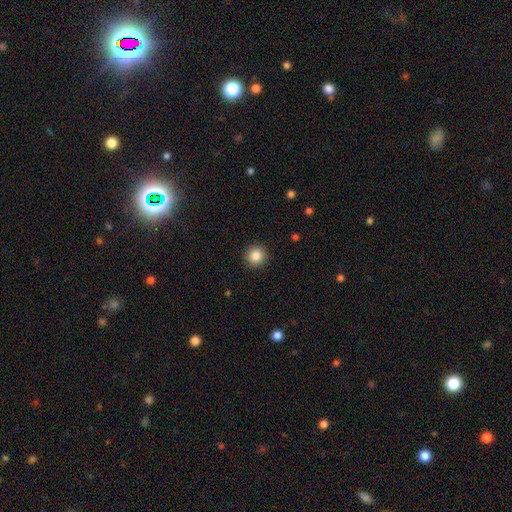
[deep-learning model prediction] smooth_or_featured: smooth (p=0.86) [alt: star or artifact p=0.10]
how_rounded: round (p=0.95) [alt: in between p=0.04]
merging: none (p=0.92) [alt: minor disturbance p=0.05]